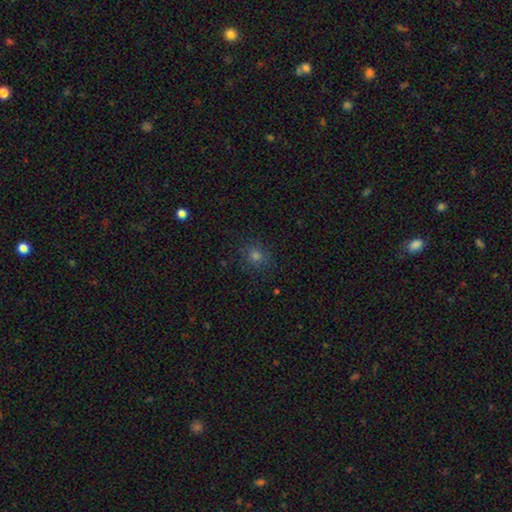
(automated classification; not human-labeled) Smooth or featured: smooth — 67% (star or artifact — 25%)
How rounded: round — 80% (in between — 19%)
Merging: none — 85% (minor disturbance — 10%)